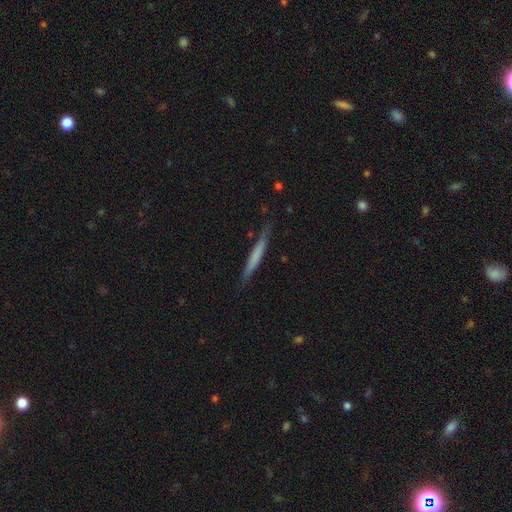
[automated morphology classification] Smooth or featured? Predicted: smooth (p=0.56). How rounded? Predicted: cigar-shaped (p=0.96). Merging? Predicted: none (p=0.85).